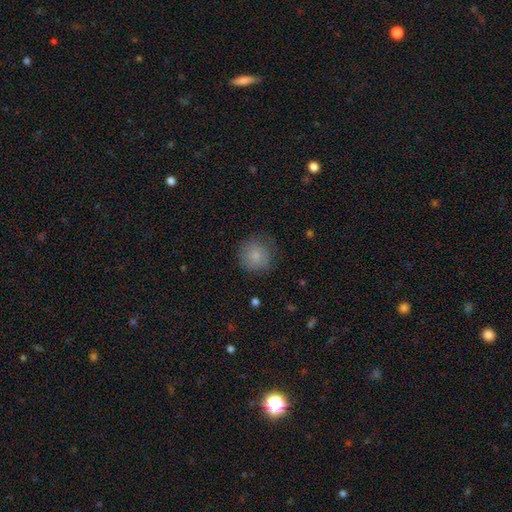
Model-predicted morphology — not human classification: This appears to be a smooth galaxy with no disk features (83%) that is round (93%). Merging: none (77%).